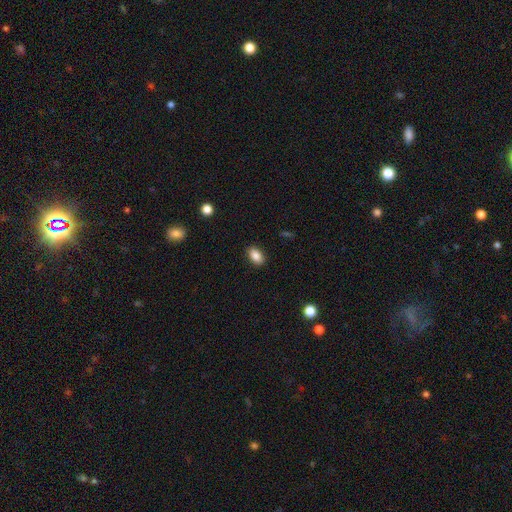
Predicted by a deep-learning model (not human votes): Smooth or featured? Predicted: smooth (p=0.86). How rounded? Predicted: in between (p=0.89). Merging? Predicted: none (p=0.88).